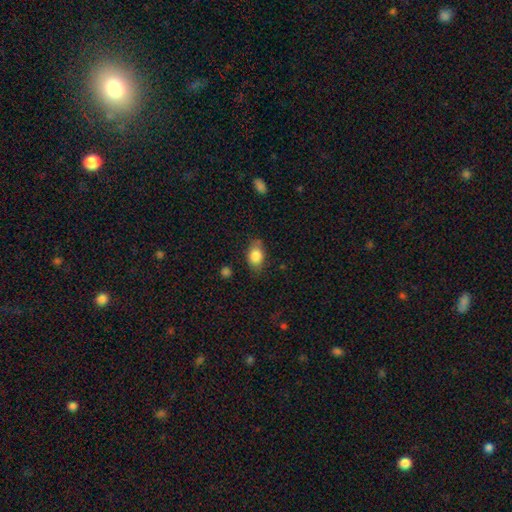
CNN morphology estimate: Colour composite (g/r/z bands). It shows a smooth galaxy with no disk features (84%) that is in between round and cigar-shaped (79%). Merging: none (69%).